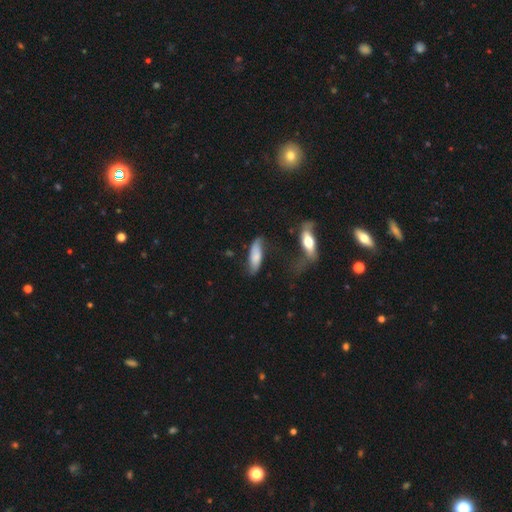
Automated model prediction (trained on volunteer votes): Overall: smooth (67%). How rounded: in between (55%; cigar-shaped 43%). Merging: none (58%; minor disturbance 26%).